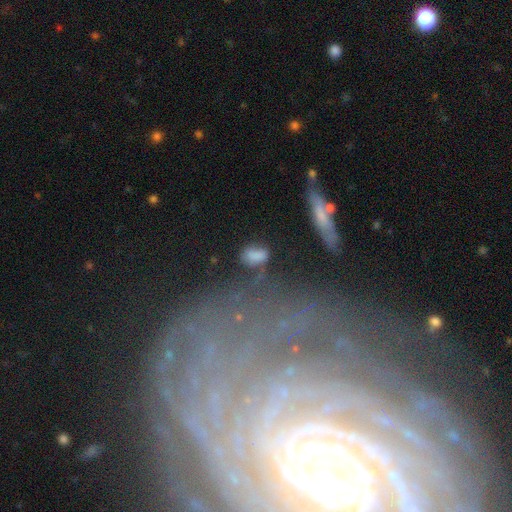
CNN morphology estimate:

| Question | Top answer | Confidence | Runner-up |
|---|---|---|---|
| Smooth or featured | smooth | 74% | featured or disk (13%) |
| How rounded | in between | 87% | round (10%) |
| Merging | none | 49% | minor disturbance (27%) |